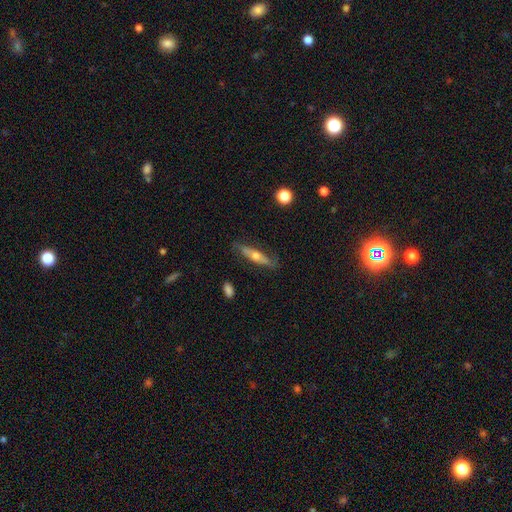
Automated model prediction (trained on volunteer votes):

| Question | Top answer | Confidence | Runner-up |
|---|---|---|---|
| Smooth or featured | featured or disk | 60% | smooth (32%) |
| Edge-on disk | yes | 72% | no (28%) |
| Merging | none | 78% | minor disturbance (16%) |